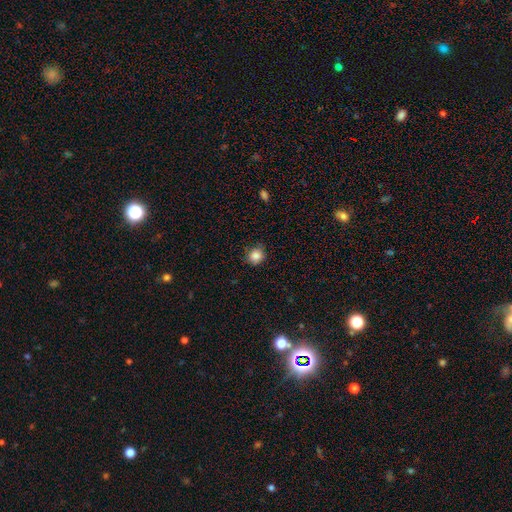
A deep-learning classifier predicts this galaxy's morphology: Smooth or featured: smooth — 85% (star or artifact — 10%)
How rounded: round — 82% (in between — 17%)
Merging: none — 80% (minor disturbance — 16%)